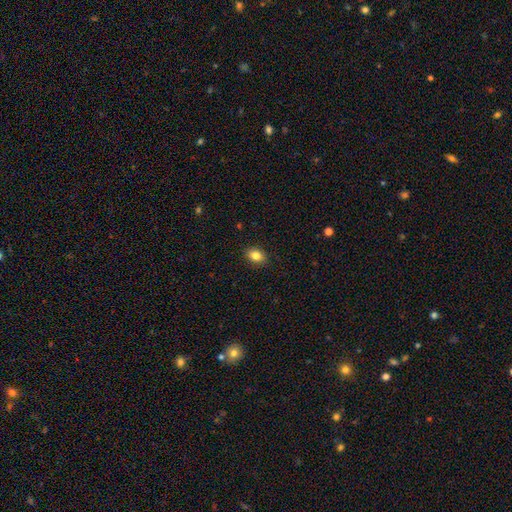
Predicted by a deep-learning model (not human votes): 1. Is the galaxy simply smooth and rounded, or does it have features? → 84% smooth, 9% star or artifact, 7% featured or disk.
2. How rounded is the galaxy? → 72% in between, 27% round, 1% cigar-shaped.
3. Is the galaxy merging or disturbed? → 89% none, 8% minor disturbance, 2% major disturbance, 1% merger.